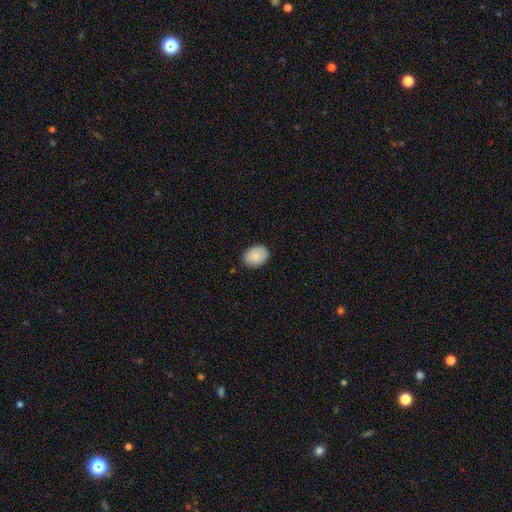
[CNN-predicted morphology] smooth-or-featured: smooth: 87% | star or artifact: 7% | featured or disk: 6%
  how-rounded: in between: 74% | round: 25% | cigar-shaped: 1%
  merging: none: 87% | minor disturbance: 10% | major disturbance: 2% | merger: 1%